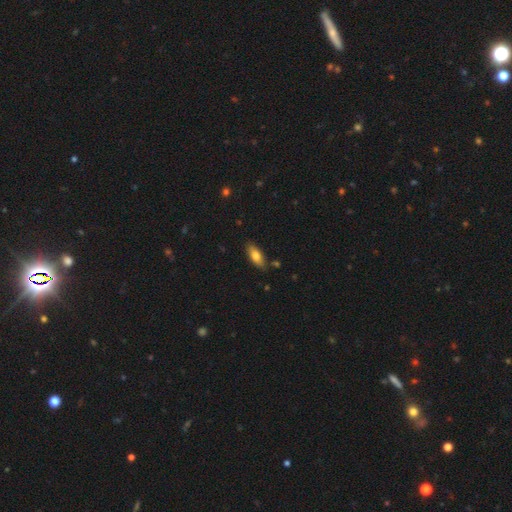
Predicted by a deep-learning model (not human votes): Q: Smooth or featured?
A: smooth (76%); runner-up: featured or disk (17%)
Q: How rounded?
A: in between (80%); runner-up: cigar-shaped (18%)
Q: Merging?
A: none (83%); runner-up: minor disturbance (13%)